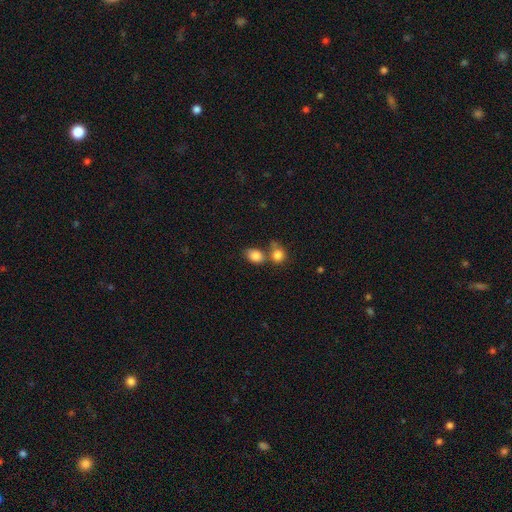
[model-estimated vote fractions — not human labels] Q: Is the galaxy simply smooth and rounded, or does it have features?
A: smooth — 84%.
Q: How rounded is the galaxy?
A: in between — 56%.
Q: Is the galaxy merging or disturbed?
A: none — 46%.